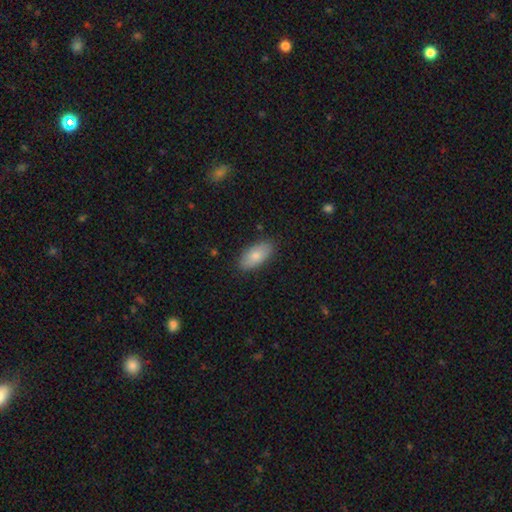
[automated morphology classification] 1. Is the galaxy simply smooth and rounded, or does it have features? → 80% smooth, 13% featured or disk, 6% star or artifact.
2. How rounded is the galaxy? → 90% in between, 7% cigar-shaped, 3% round.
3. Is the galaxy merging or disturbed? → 86% none, 11% minor disturbance, 2% major disturbance, 1% merger.